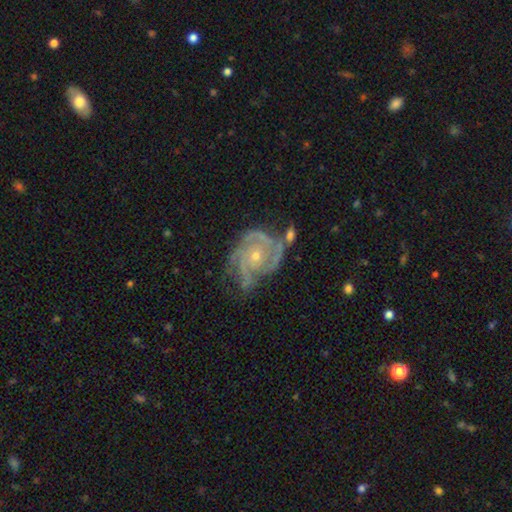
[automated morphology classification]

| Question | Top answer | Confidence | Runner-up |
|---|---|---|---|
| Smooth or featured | featured or disk | 89% | star or artifact (6%) |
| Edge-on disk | no | 98% | yes (2%) |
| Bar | no | 78% | weak (17%) |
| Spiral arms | yes | 96% | no (4%) |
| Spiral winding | tight | 61% | medium (33%) |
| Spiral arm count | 3 | 43% | 4 (17%) |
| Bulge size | small | 65% | moderate (32%) |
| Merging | none | 53% | minor disturbance (26%) |